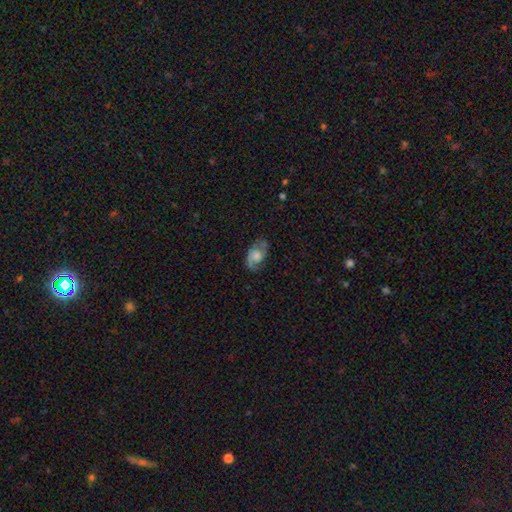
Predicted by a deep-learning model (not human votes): Smooth or featured? Predicted: featured or disk (p=0.59). Edge-on disk? Predicted: no (p=0.95). Bar? Predicted: no (p=0.67). Spiral arms? Predicted: yes (p=0.86). Bulge size? Predicted: moderate (p=0.42). Merging? Predicted: none (p=0.68).